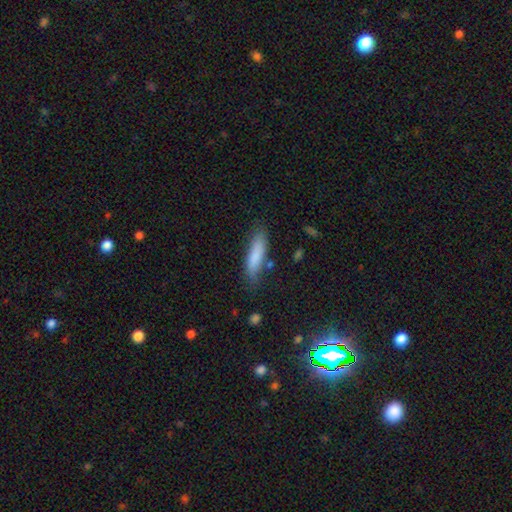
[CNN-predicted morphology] A smooth galaxy with no disk features (82%) that is cigar-shaped (67%). Merging: none (72%).